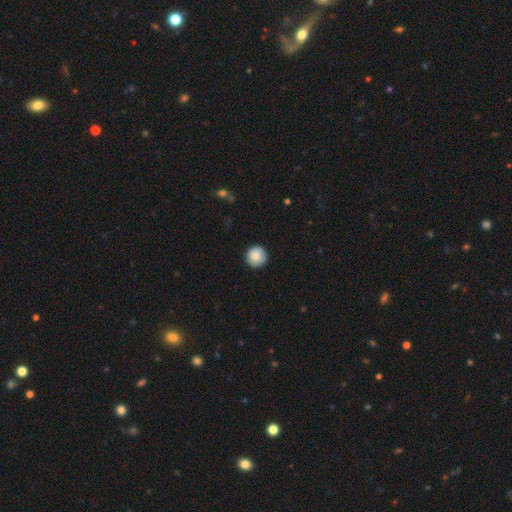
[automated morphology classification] Smooth or featured? smooth (84%)
How rounded? round (95%)
Merging? none (88%)